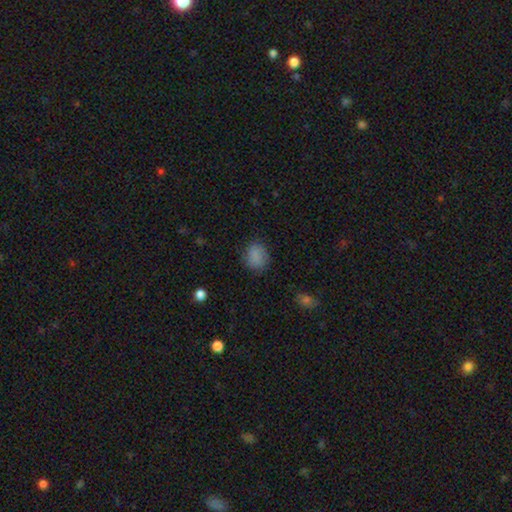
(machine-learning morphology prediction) Overall: smooth (85%). How rounded: round (56%; in between 42%). Merging: none (81%).